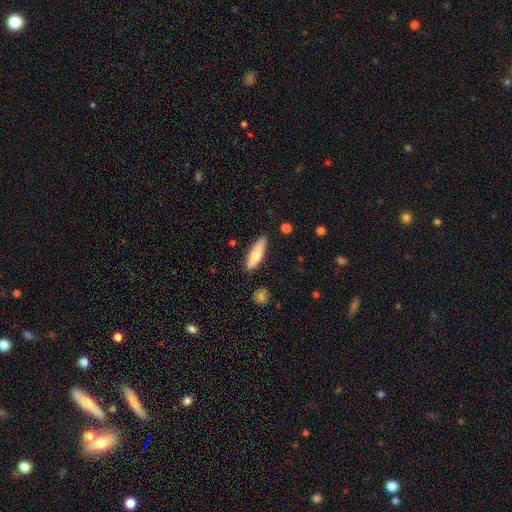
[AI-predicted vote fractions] Smooth or featured? Predicted: smooth (p=0.75). How rounded? Predicted: cigar-shaped (p=0.50). Merging? Predicted: none (p=0.82).